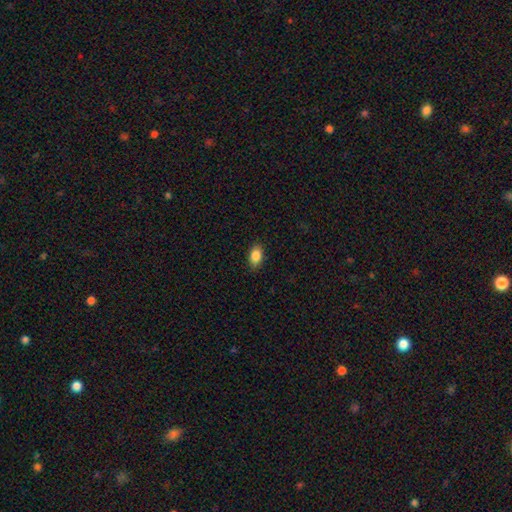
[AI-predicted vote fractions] Overall: smooth (87%). How rounded: in between (87%). Merging: none (86%).